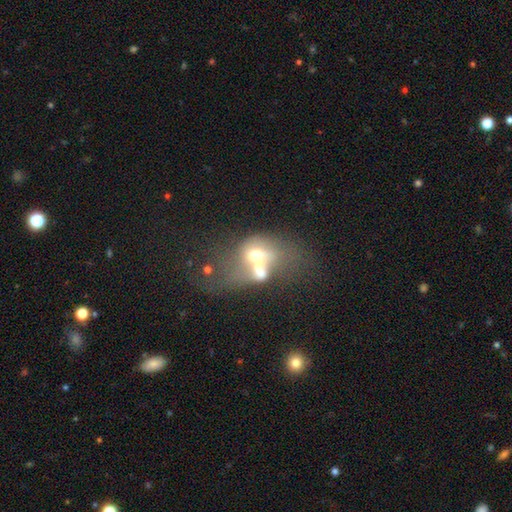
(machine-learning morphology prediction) Smooth or featured: featured or disk — 50% (smooth — 38%)
Edge-on disk: no — 93% (yes — 7%)
Merging: merger — 61% (major disturbance — 20%)